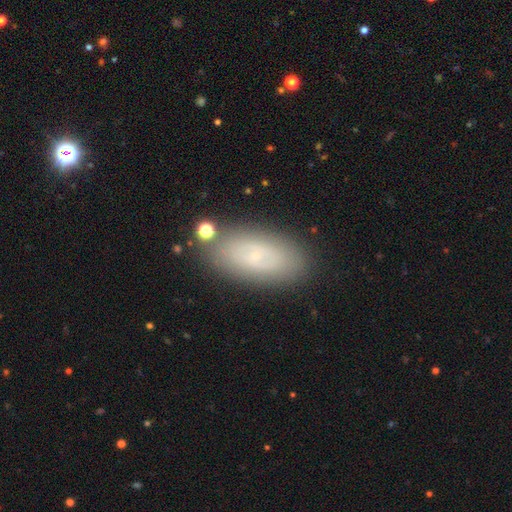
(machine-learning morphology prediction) Smooth or featured: smooth — 52% (featured or disk — 38%)
How rounded: in between — 89% (cigar-shaped — 7%)
Merging: none — 80% (minor disturbance — 13%)